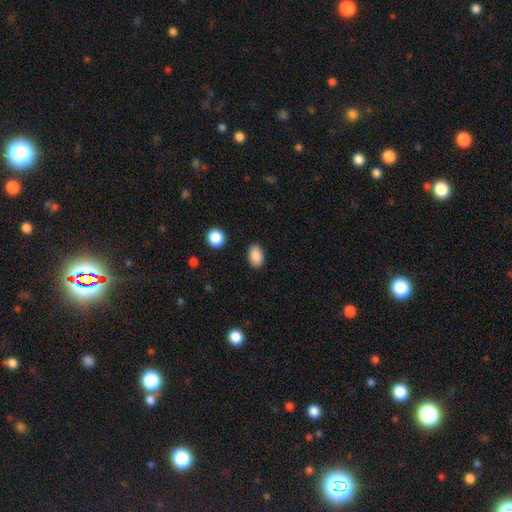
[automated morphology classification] Q: Smooth or featured?
A: smooth (89%); runner-up: star or artifact (8%)
Q: How rounded?
A: in between (87%); runner-up: round (12%)
Q: Merging?
A: none (88%); runner-up: minor disturbance (8%)